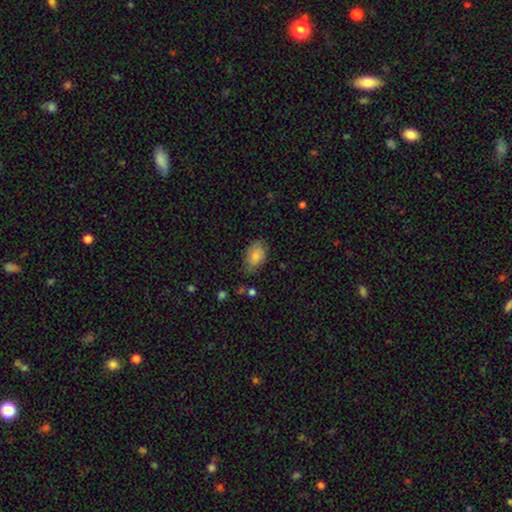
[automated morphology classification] smooth_or_featured: smooth (p=0.81) [alt: featured or disk p=0.12]
how_rounded: in between (p=0.89) [alt: round p=0.09]
merging: none (p=0.66) [alt: minor disturbance p=0.26]